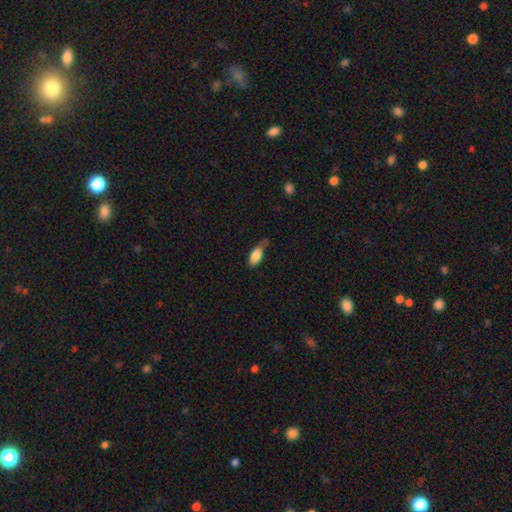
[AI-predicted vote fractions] This is clearly a smooth galaxy (81%). How rounded: clearly in between (85%). Merging: marginally none (43%).